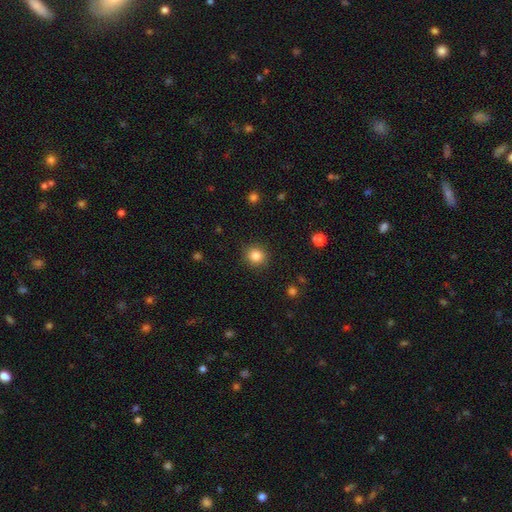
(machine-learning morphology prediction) This appears to be a smooth galaxy with no disk features (84%) that is round (89%). Merging: none (89%).